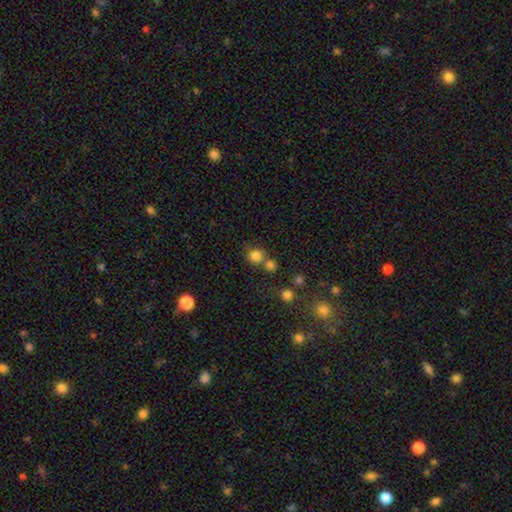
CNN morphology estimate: Smooth or featured? smooth (79%)
How rounded? round (85%)
Merging? none (57%)